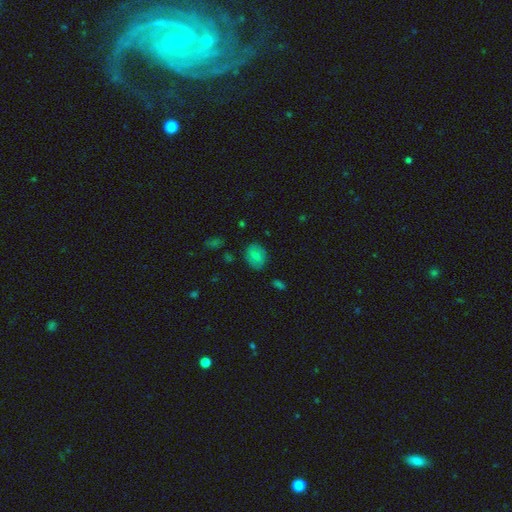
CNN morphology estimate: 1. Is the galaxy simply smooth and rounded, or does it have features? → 73% smooth, 18% featured or disk, 9% star or artifact.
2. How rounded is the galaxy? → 56% in between, 43% round, 1% cigar-shaped.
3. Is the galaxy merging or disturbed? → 82% none, 14% minor disturbance, 3% major disturbance, 2% merger.